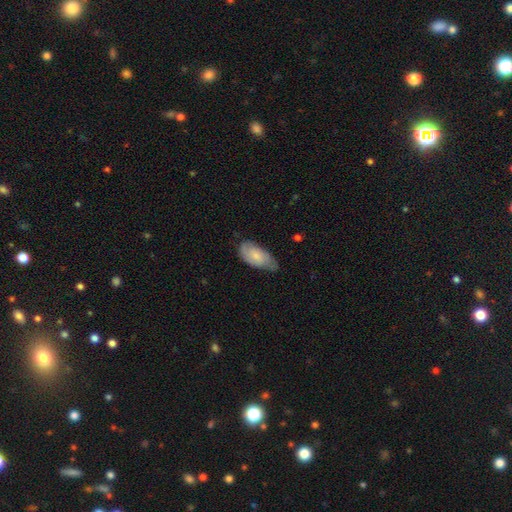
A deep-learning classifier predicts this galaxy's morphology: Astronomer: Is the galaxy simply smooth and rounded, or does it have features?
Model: smooth — 67%.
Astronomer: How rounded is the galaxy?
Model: in between — 90%.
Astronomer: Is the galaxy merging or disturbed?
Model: none — 54% (runner-up: minor disturbance, 37%).